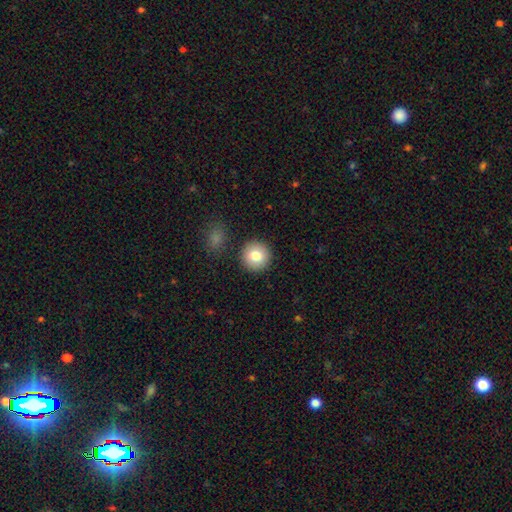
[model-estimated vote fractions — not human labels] Smooth or featured? smooth (81%)
How rounded? round (94%)
Merging? none (89%)